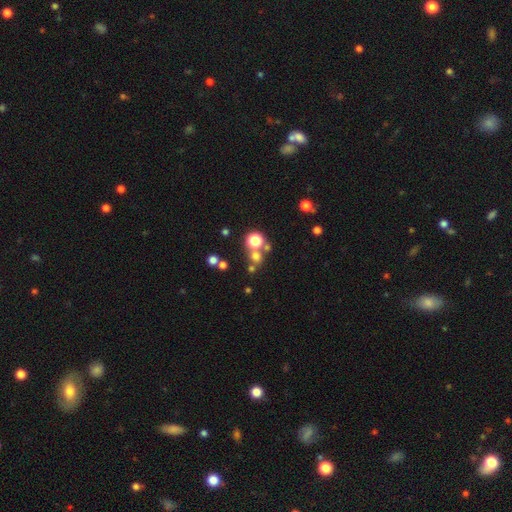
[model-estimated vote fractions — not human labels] smooth 62%, star or artifact 27%, featured or disk 11%. Down the decision tree: how rounded — round (88%); merging — none (60%).